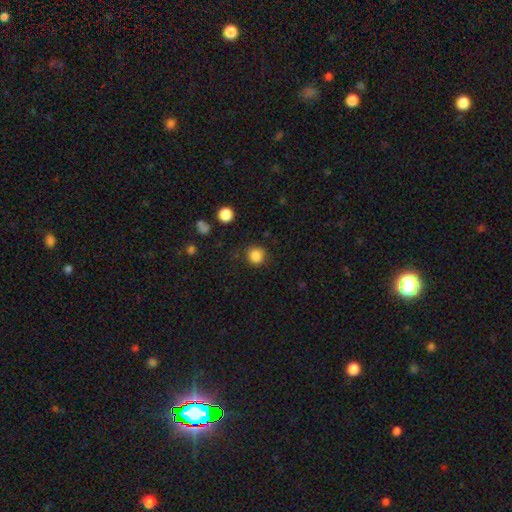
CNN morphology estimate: This is clearly a smooth galaxy (85%). How rounded: clearly round (89%). Merging: clearly none (85%).